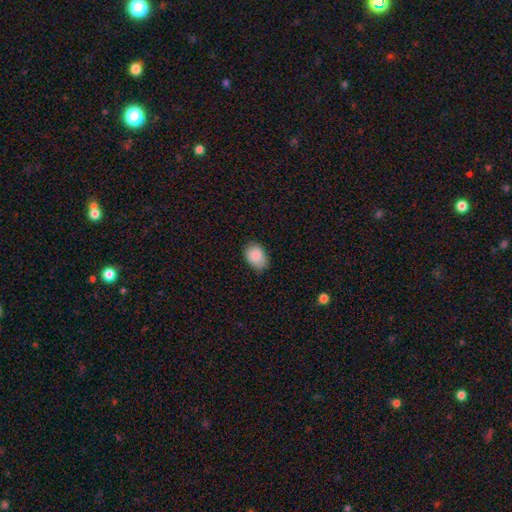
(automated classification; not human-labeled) Smooth or featured: smooth — 85% (star or artifact — 8%)
How rounded: in between — 77% (round — 22%)
Merging: none — 71% (minor disturbance — 24%)